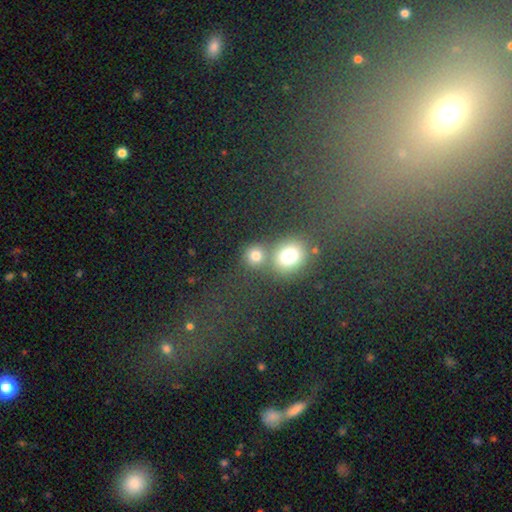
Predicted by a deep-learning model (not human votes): smooth 76%, star or artifact 15%, featured or disk 8%. Down the decision tree: how rounded — round (85%); merging — none (51%).